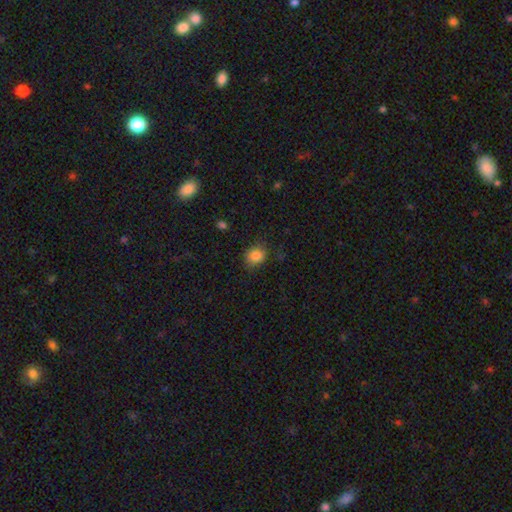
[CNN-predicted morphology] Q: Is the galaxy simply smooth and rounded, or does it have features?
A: smooth — 84%.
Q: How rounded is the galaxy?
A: round — 59%.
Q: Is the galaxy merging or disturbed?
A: none — 80%.